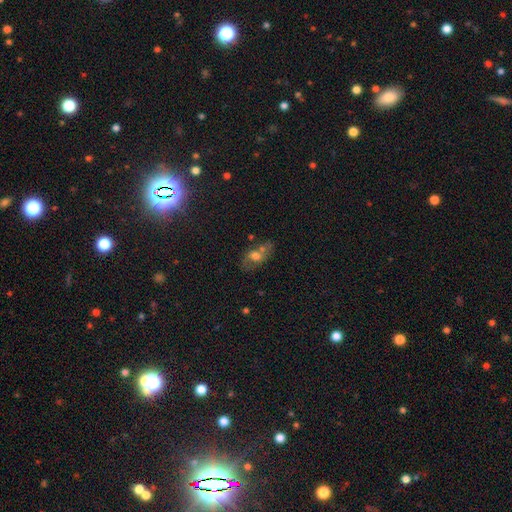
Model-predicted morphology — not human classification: smooth-or-featured: smooth: 42% | featured or disk: 40% | star or artifact: 19%
  merging: none: 46% | merger: 25% | minor disturbance: 18% | major disturbance: 11%